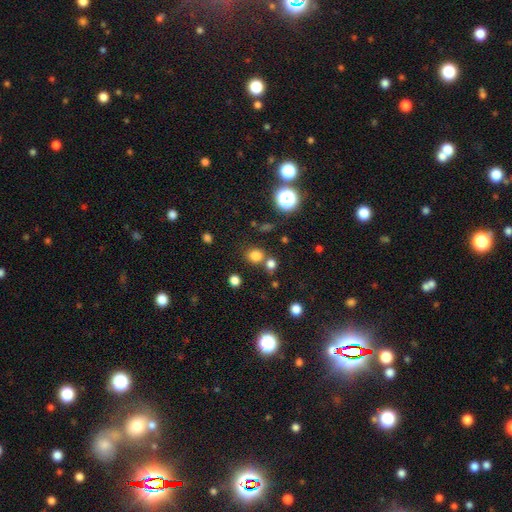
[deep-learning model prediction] Smooth or featured? Predicted: smooth (p=0.76). How rounded? Predicted: round (p=0.78). Merging? Predicted: none (p=0.70).